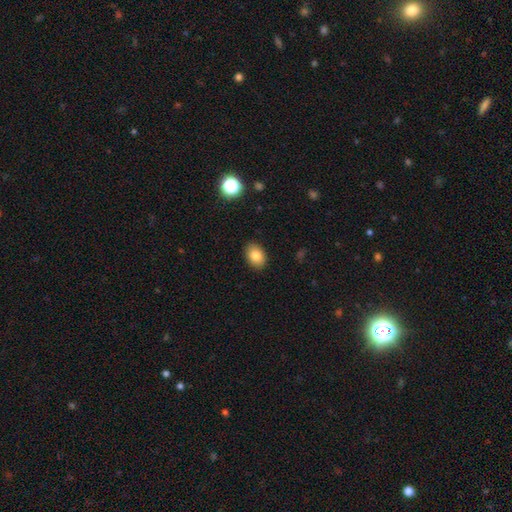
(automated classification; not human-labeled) smooth-or-featured: smooth: 82% | star or artifact: 10% | featured or disk: 9%
  how-rounded: in between: 75% | round: 24% | cigar-shaped: 1%
  merging: none: 89% | minor disturbance: 8% | major disturbance: 2% | merger: 1%